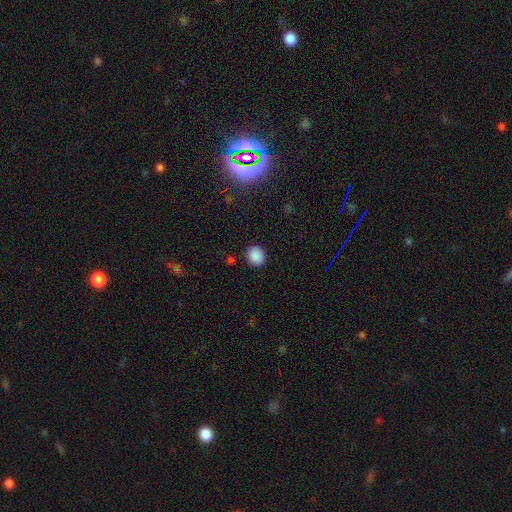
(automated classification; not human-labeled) The model was most divided on "how rounded": round: 71%, in between: 28%, cigar-shaped: 1%. More confident: smooth or featured — smooth (86%); merging — none (84%).